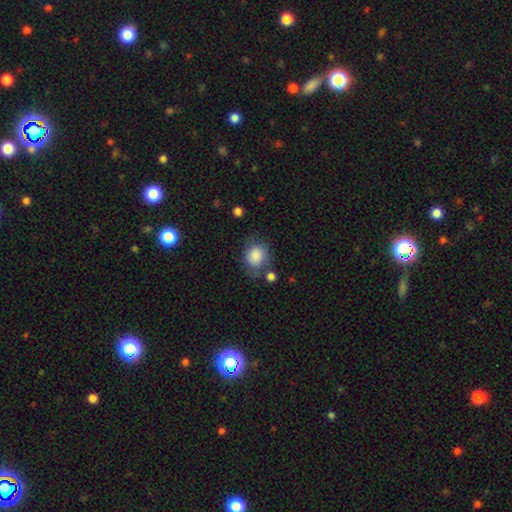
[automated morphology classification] Overall: smooth (85%). How rounded: round (63%; in between 36%). Merging: none (60%; minor disturbance 23%).